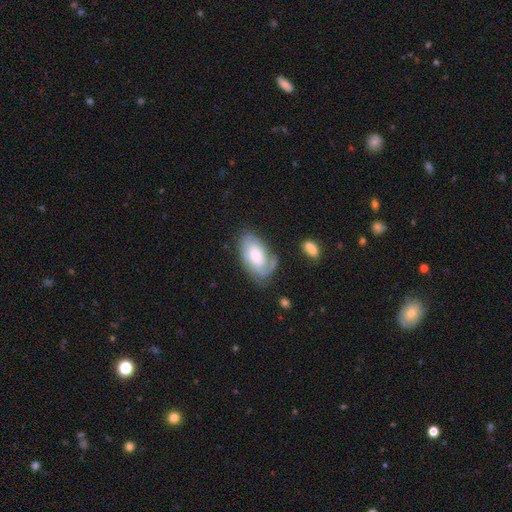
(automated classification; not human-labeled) Q: Smooth or featured?
A: featured or disk (67%); runner-up: smooth (28%)
Q: Edge-on disk?
A: no (96%); runner-up: yes (4%)
Q: Bar?
A: no (67%); runner-up: weak (28%)
Q: Spiral arms?
A: yes (89%); runner-up: no (11%)
Q: Spiral winding?
A: tight (52%); runner-up: medium (34%)
Q: Spiral arm count?
A: 2 (34%); runner-up: 1 (33%)
Q: Bulge size?
A: moderate (45%); runner-up: large (25%)
Q: Merging?
A: none (62%); runner-up: minor disturbance (22%)